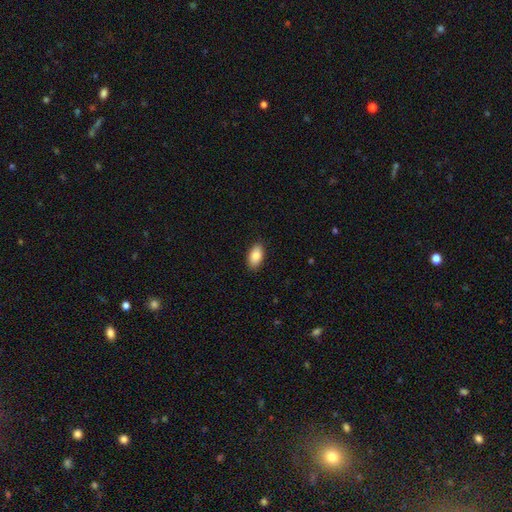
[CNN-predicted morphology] smooth_or_featured: smooth (p=0.88) [alt: star or artifact p=0.07]
how_rounded: in between (p=0.93) [alt: round p=0.04]
merging: none (p=0.87) [alt: minor disturbance p=0.09]